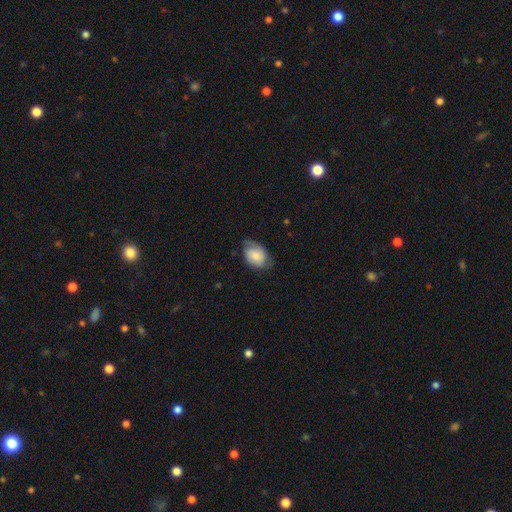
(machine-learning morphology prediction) Smooth or featured? smooth (73%)
How rounded? in between (80%)
Merging? none (55%)